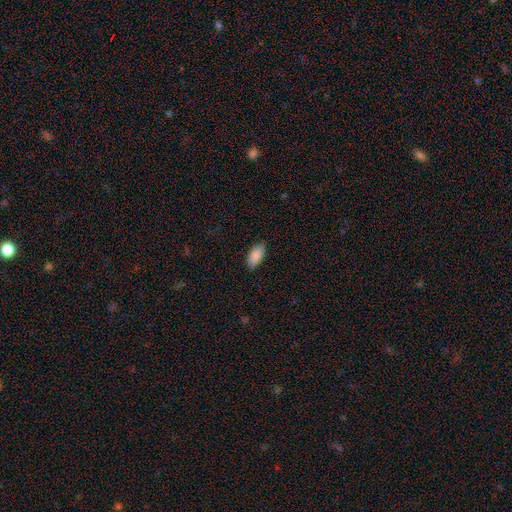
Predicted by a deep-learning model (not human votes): smooth_or_featured: smooth (p=0.88) [alt: star or artifact p=0.06]
how_rounded: in between (p=0.93) [alt: cigar-shaped p=0.05]
merging: none (p=0.82) [alt: minor disturbance p=0.14]